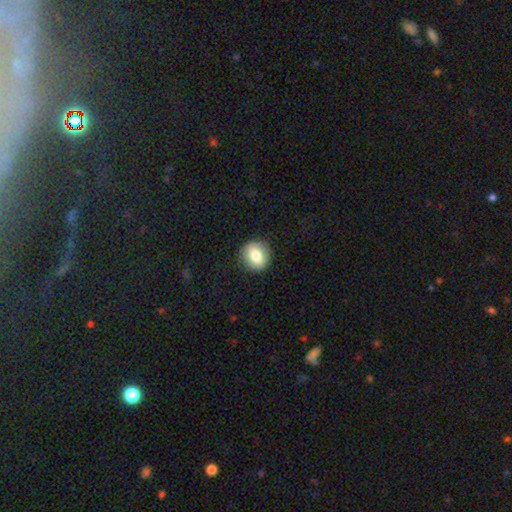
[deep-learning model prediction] This is likely a smooth galaxy (77%). How rounded: clearly round (82%). Merging: clearly none (88%).